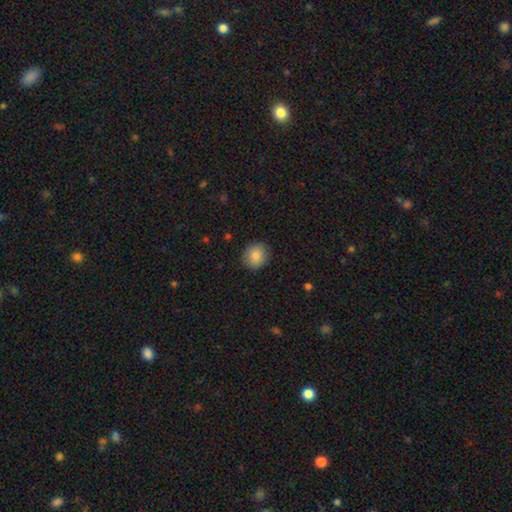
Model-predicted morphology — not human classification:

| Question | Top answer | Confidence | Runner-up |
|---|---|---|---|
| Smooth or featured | smooth | 85% | star or artifact (8%) |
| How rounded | round | 84% | in between (15%) |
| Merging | none | 90% | minor disturbance (7%) |